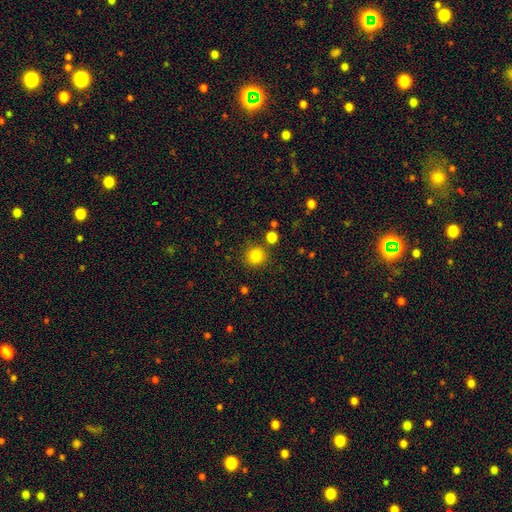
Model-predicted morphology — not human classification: Smooth or featured? smooth (83%)
How rounded? round (91%)
Merging? none (83%)